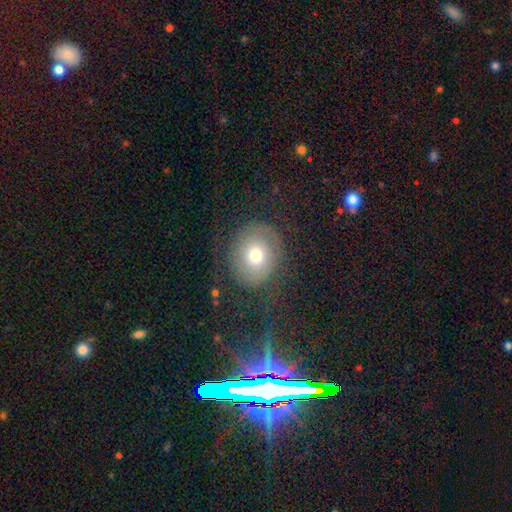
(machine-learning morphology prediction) A smooth galaxy with no disk features (61%) that is round (72%). Merging: none (68%).